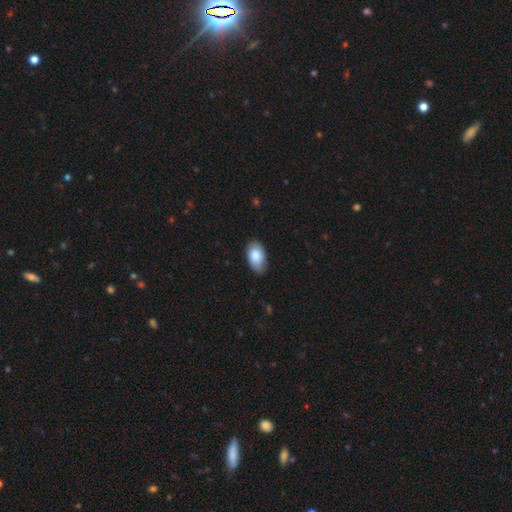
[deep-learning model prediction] Q: Smooth or featured?
A: smooth (85%); runner-up: featured or disk (9%)
Q: How rounded?
A: in between (94%); runner-up: round (4%)
Q: Merging?
A: none (78%); runner-up: minor disturbance (18%)